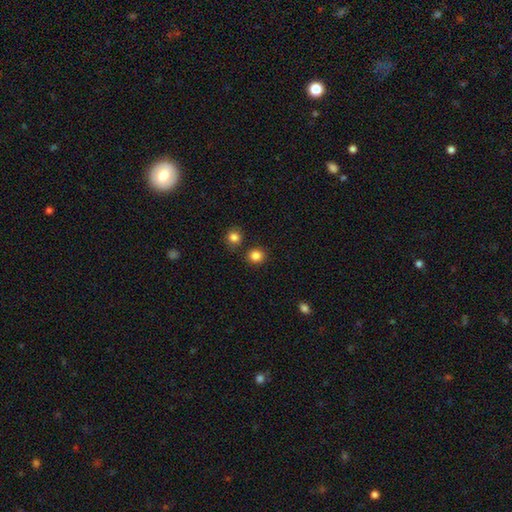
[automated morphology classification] Overall: smooth (85%). How rounded: round (86%). Merging: none (82%).